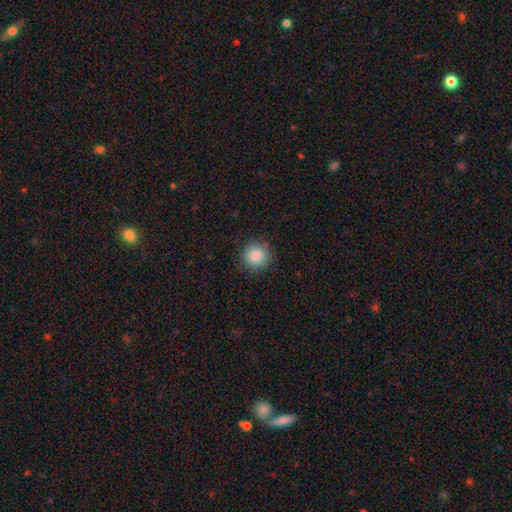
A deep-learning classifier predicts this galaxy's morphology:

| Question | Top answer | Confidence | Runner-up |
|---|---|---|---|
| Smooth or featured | smooth | 87% | star or artifact (9%) |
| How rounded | round | 94% | in between (5%) |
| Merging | none | 87% | minor disturbance (9%) |